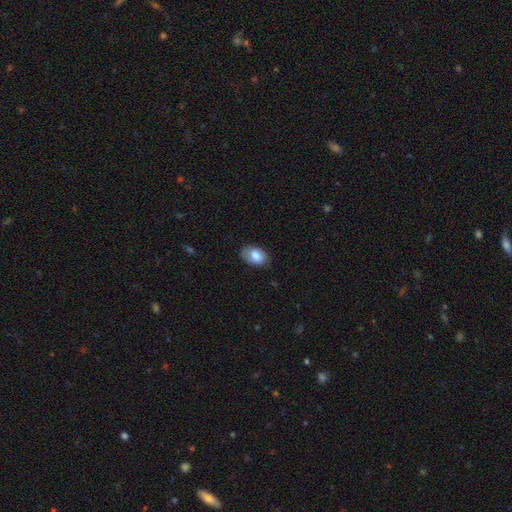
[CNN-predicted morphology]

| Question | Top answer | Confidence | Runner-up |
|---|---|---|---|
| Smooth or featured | smooth | 81% | featured or disk (12%) |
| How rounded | in between | 89% | round (10%) |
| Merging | none | 77% | minor disturbance (18%) |